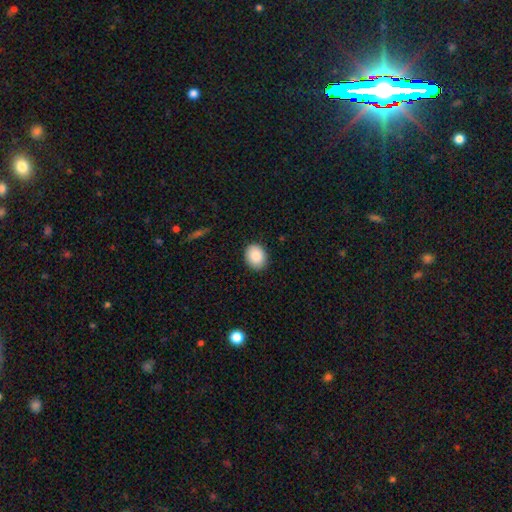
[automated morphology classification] A smooth galaxy with no disk features (87%) that is in between round and cigar-shaped (57%). Merging: none (88%).